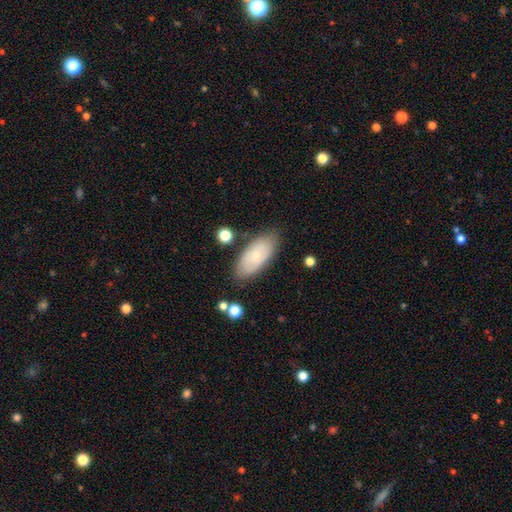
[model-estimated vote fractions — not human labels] This appears to be a smooth galaxy with no disk features (65%) that is in between round and cigar-shaped (89%). Merging: none (78%).